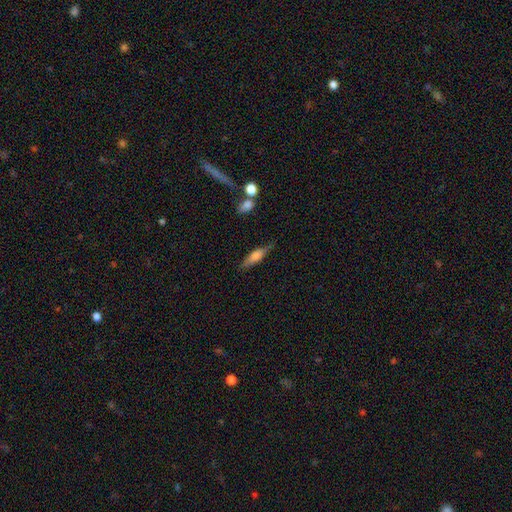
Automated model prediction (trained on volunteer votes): A smooth galaxy with no disk features (59%) that is cigar-shaped (62%).

Vote fractions:
- Smooth or featured? smooth: 59% / featured or disk: 34% / star or artifact: 7%
- How rounded? cigar-shaped: 62% / in between: 35% / round: 3%
- Merging? none: 72% / minor disturbance: 19% / major disturbance: 5% / merger: 4%